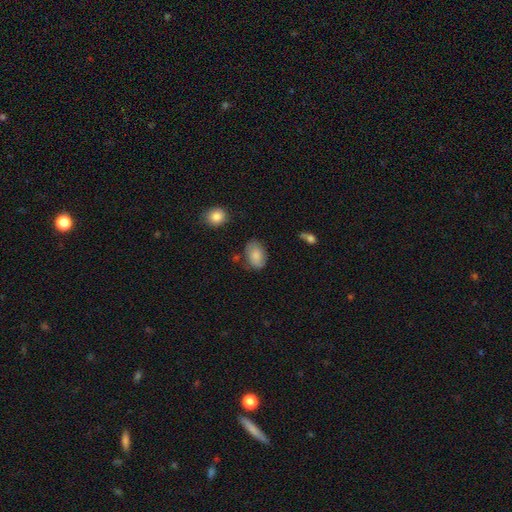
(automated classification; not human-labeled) smooth_or_featured: smooth (p=0.81) [alt: featured or disk p=0.12]
how_rounded: in between (p=0.88) [alt: round p=0.11]
merging: none (p=0.70) [alt: minor disturbance p=0.22]